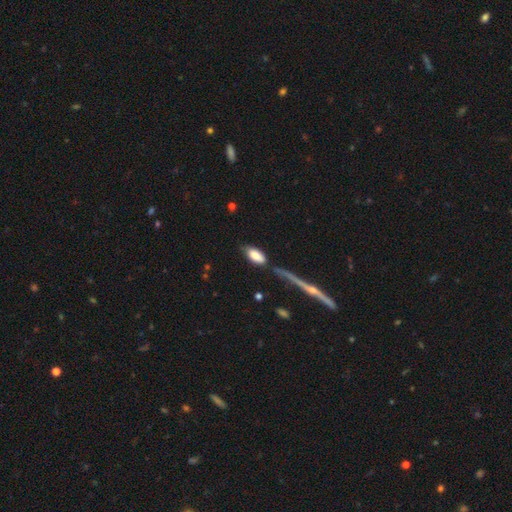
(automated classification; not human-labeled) Smooth or featured?
  - smooth: 82% *
  - featured or disk: 12%
  - star or artifact: 7%
How rounded?
  - in between: 91% *
  - cigar-shaped: 6%
  - round: 3%
Merging?
  - none: 62% *
  - minor disturbance: 22%
  - merger: 8%
  - major disturbance: 8%